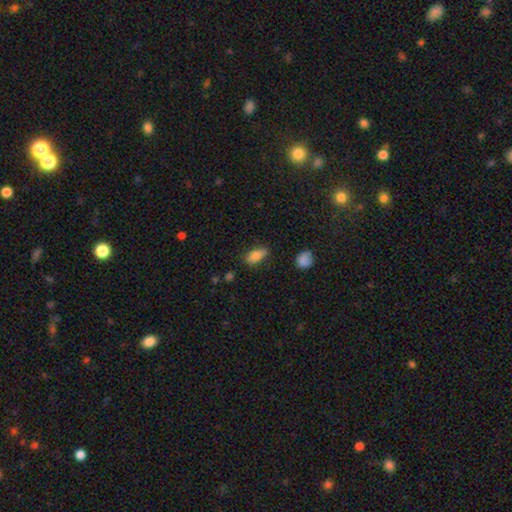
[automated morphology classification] This is clearly a smooth galaxy (80%). How rounded: clearly in between (88%). Merging: likely none (69%).